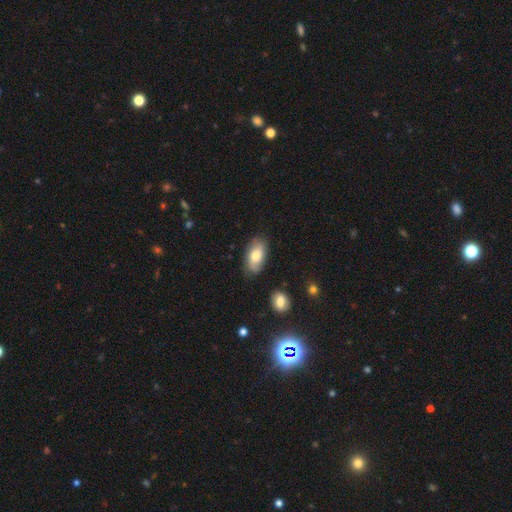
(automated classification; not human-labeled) Morphology: type=smooth (69%); roundness=in between (93%); merging=none (76%).